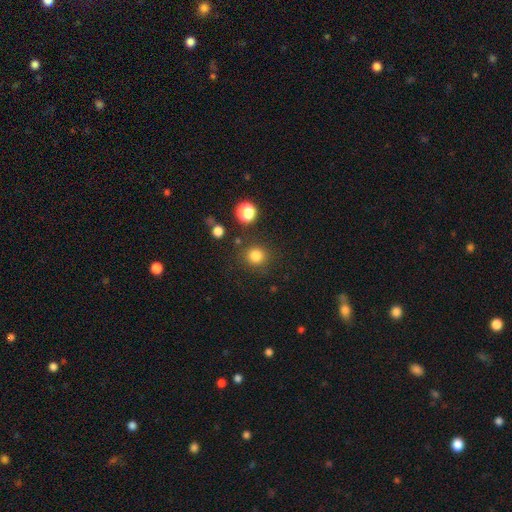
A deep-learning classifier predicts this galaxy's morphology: Smooth or featured? smooth (82%)
How rounded? round (91%)
Merging? none (85%)